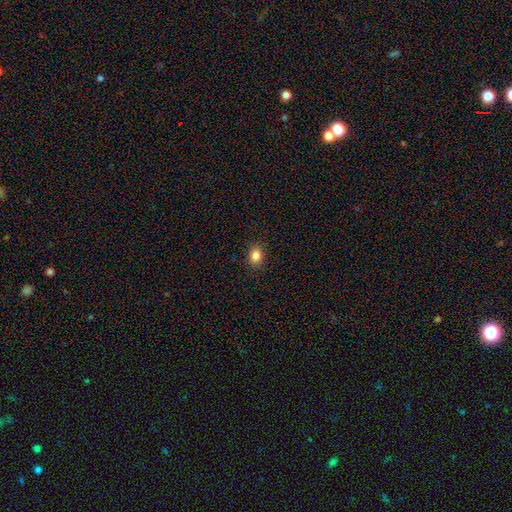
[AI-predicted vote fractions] This is clearly a smooth galaxy (85%). How rounded: likely in between (64%). Merging: clearly none (89%).